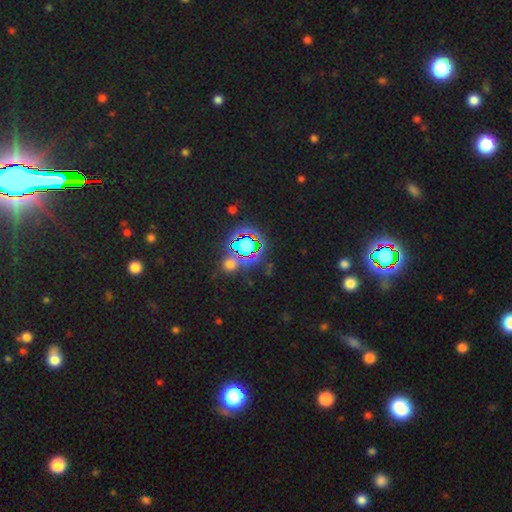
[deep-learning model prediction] A star or artifact, not a galaxy (81%).

Vote fractions:
- Smooth or featured? star or artifact: 81% / smooth: 12% / featured or disk: 7%